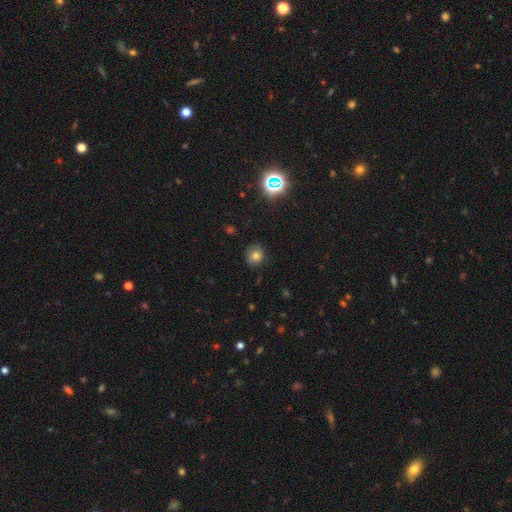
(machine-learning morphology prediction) Smooth or featured? smooth (73%)
How rounded? round (84%)
Merging? none (80%)